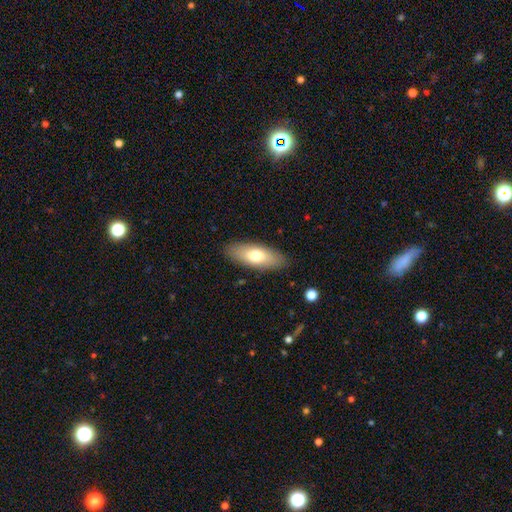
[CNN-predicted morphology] Q: Smooth or featured?
A: smooth (70%); runner-up: featured or disk (24%)
Q: How rounded?
A: in between (74%); runner-up: cigar-shaped (24%)
Q: Merging?
A: none (88%); runner-up: minor disturbance (9%)